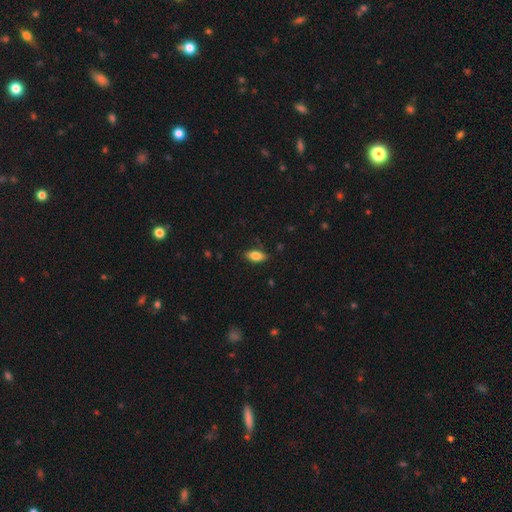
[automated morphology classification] smooth_or_featured: smooth (p=0.80) [alt: featured or disk p=0.12]
how_rounded: in between (p=0.86) [alt: cigar-shaped p=0.10]
merging: none (p=0.84) [alt: minor disturbance p=0.12]